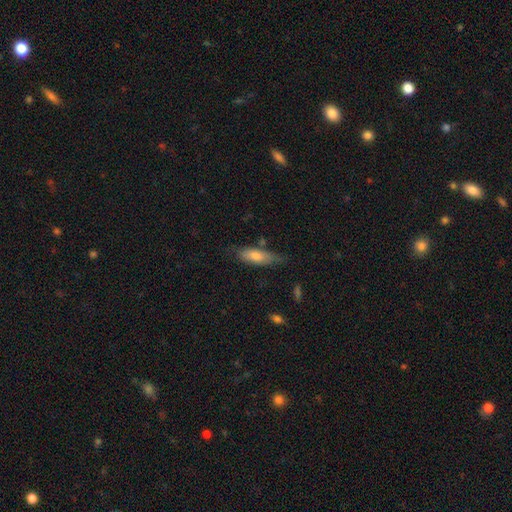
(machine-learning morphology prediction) Smooth or featured: smooth — 72% (featured or disk — 22%)
How rounded: in between — 58% (cigar-shaped — 40%)
Merging: none — 61% (minor disturbance — 27%)